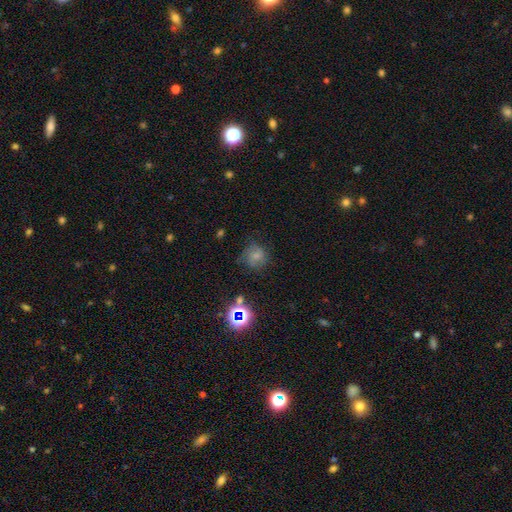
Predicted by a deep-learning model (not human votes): A smooth galaxy with no disk features (55%) that is round (79%). Merging: none (57%).